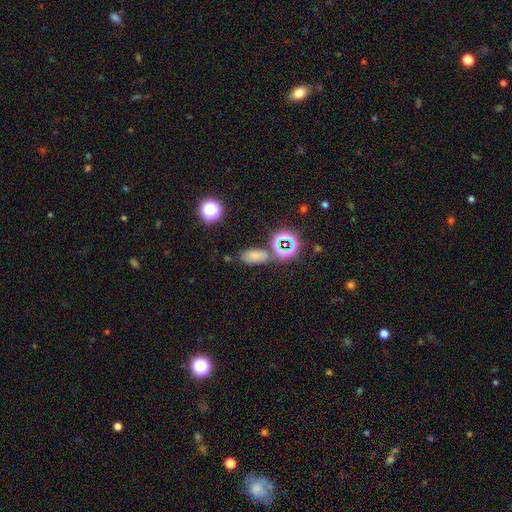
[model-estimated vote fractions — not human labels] Smooth or featured? smooth (64%)
How rounded? in between (86%)
Merging? none (67%)